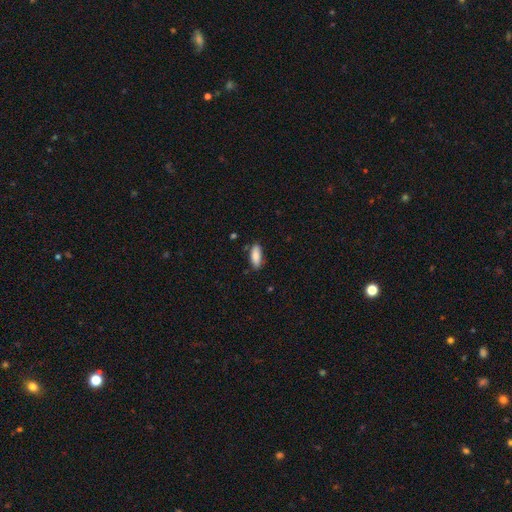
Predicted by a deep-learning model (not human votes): This is clearly a smooth galaxy (86%). How rounded: likely in between (74%). Merging: clearly none (81%).